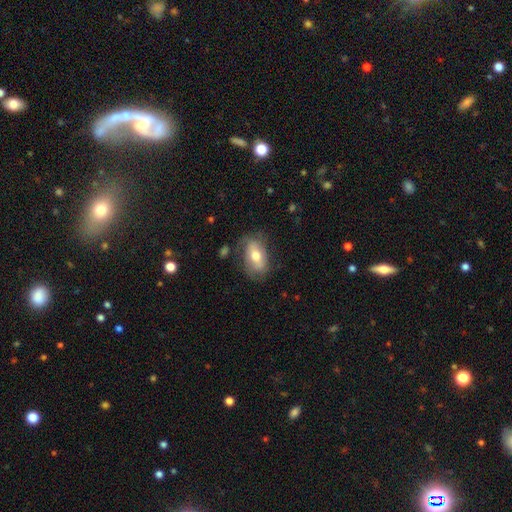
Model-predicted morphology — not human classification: Smooth or featured? smooth (62%)
How rounded? in between (89%)
Merging? none (64%)